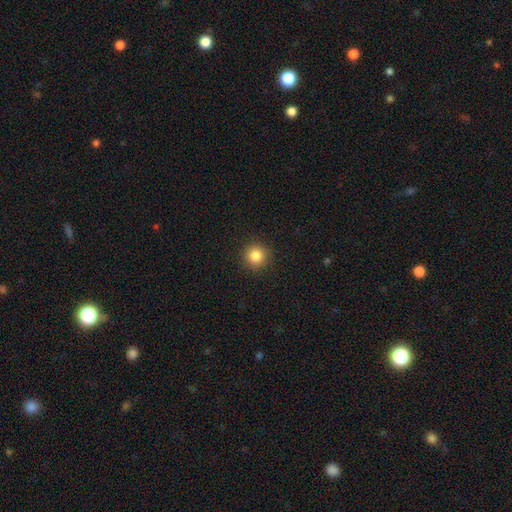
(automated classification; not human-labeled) smooth_or_featured: smooth (p=0.84) [alt: star or artifact p=0.11]
how_rounded: round (p=0.95) [alt: in between p=0.04]
merging: none (p=0.91) [alt: minor disturbance p=0.06]